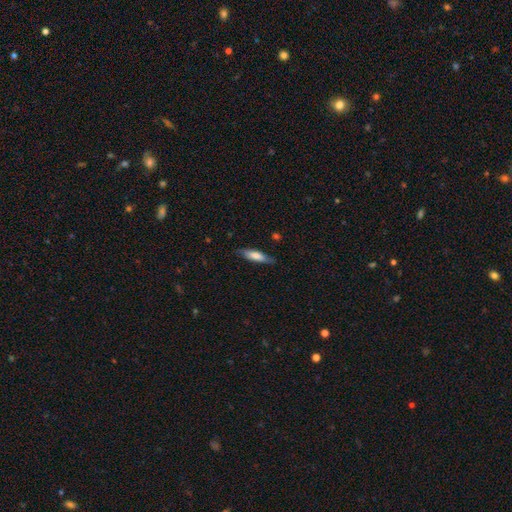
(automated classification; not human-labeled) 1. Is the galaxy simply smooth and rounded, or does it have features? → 67% smooth, 27% featured or disk, 6% star or artifact.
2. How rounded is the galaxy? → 64% cigar-shaped, 34% in between, 2% round.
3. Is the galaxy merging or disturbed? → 79% none, 16% minor disturbance, 3% major disturbance, 1% merger.